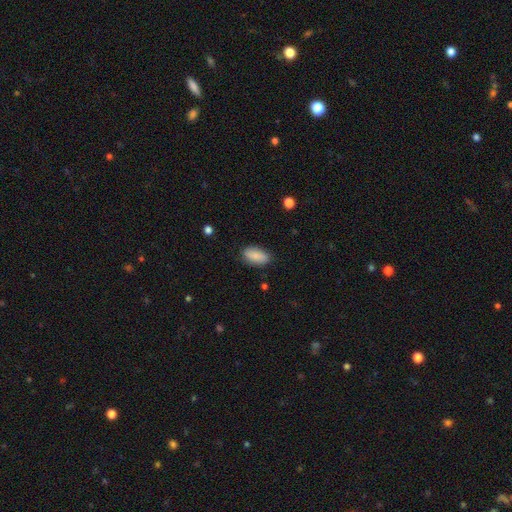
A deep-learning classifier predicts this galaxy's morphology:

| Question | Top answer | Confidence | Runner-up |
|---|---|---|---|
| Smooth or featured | smooth | 86% | featured or disk (7%) |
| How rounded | in between | 91% | cigar-shaped (6%) |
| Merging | none | 84% | minor disturbance (12%) |